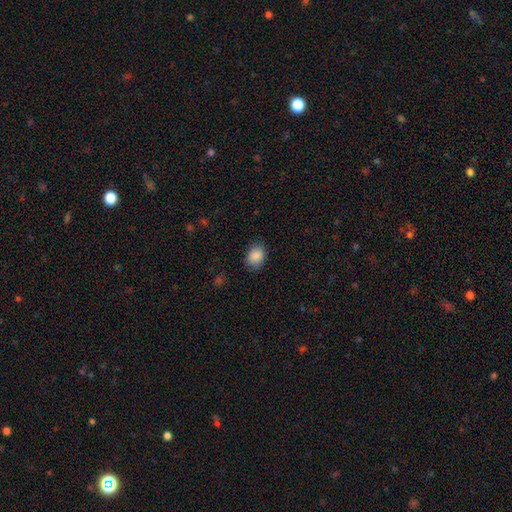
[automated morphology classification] Q: Smooth or featured?
A: smooth (89%); runner-up: star or artifact (8%)
Q: How rounded?
A: in between (68%); runner-up: round (31%)
Q: Merging?
A: none (82%); runner-up: minor disturbance (14%)